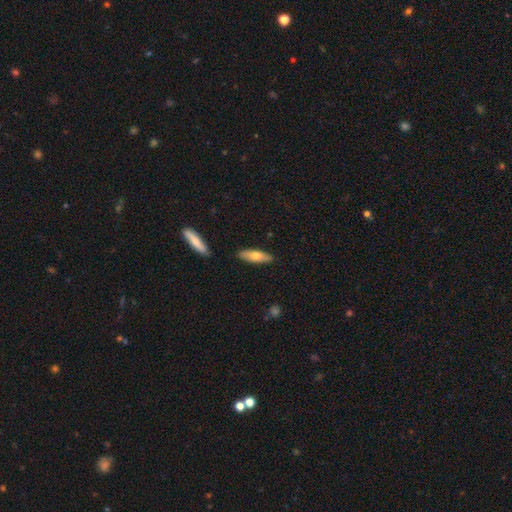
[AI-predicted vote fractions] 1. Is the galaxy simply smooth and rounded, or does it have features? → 65% smooth, 29% featured or disk, 6% star or artifact.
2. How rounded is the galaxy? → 50% cigar-shaped, 48% in between, 2% round.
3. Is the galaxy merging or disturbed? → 85% none, 10% minor disturbance, 3% merger, 2% major disturbance.